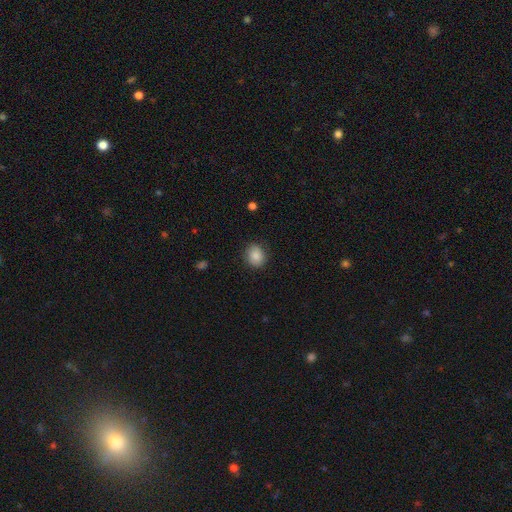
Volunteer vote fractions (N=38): This is clearly a smooth galaxy (89%). How rounded: likely in between (65%). Merging: clearly none (86%).